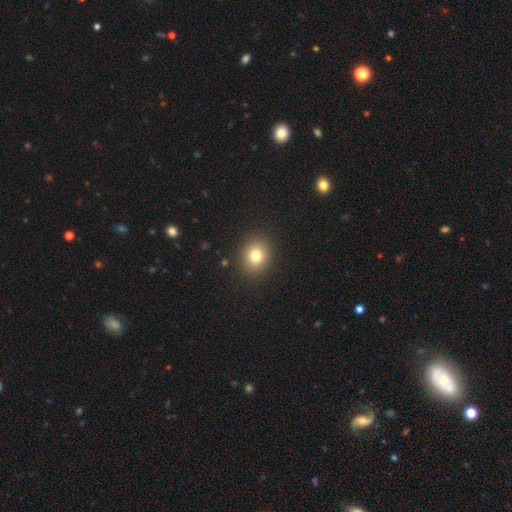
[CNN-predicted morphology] A smooth galaxy with no disk features (79%) that is round (66%).

Vote fractions:
- Smooth or featured? smooth: 79% / star or artifact: 12% / featured or disk: 9%
- How rounded? round: 66% / in between: 34% / cigar-shaped: 1%
- Merging? none: 89% / minor disturbance: 7% / major disturbance: 2% / merger: 1%